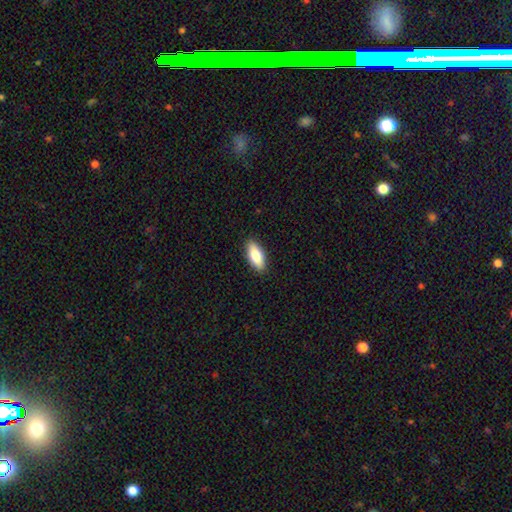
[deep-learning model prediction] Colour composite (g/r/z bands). It shows a smooth galaxy with no disk features (80%) that is in between round and cigar-shaped (80%). Merging: none (89%).